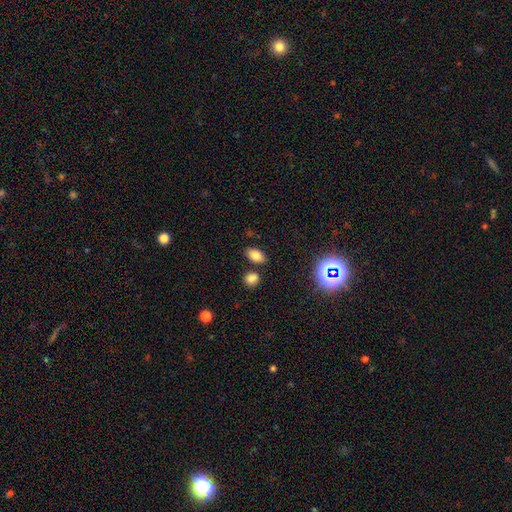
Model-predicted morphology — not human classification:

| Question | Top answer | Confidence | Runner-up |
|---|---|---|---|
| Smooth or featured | smooth | 80% | star or artifact (12%) |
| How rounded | in between | 88% | round (9%) |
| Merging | none | 79% | minor disturbance (10%) |